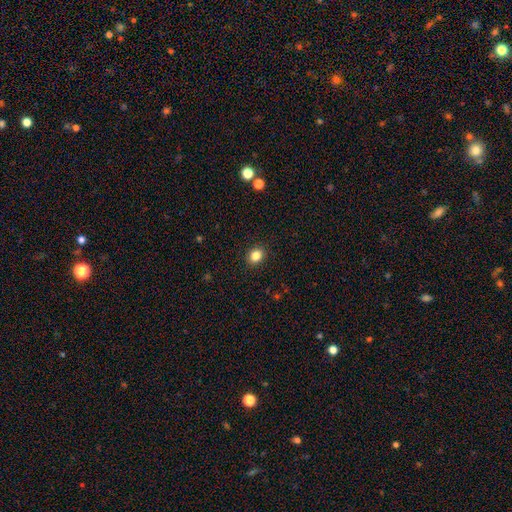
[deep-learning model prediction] Smooth or featured?
  - smooth: 84% *
  - star or artifact: 11%
  - featured or disk: 5%
How rounded?
  - round: 54% *
  - in between: 45%
  - cigar-shaped: 1%
Merging?
  - none: 90% *
  - minor disturbance: 7%
  - major disturbance: 2%
  - merger: 1%